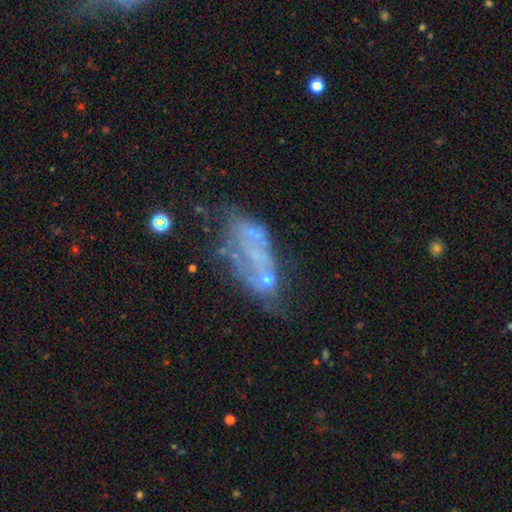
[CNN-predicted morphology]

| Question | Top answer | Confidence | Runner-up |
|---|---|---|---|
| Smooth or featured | featured or disk | 60% | smooth (23%) |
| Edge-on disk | no | 93% | yes (7%) |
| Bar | no | 86% | weak (10%) |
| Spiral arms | no | 82% | yes (18%) |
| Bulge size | none | 74% | small (16%) |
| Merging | none | 35% | major disturbance (30%) |